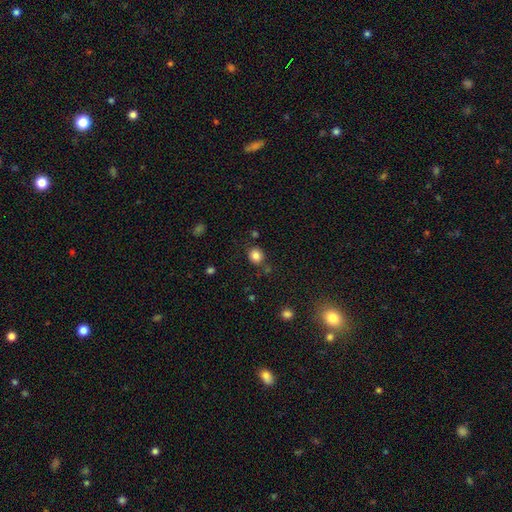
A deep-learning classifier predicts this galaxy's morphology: Smooth or featured? smooth (84%)
How rounded? round (78%)
Merging? none (80%)